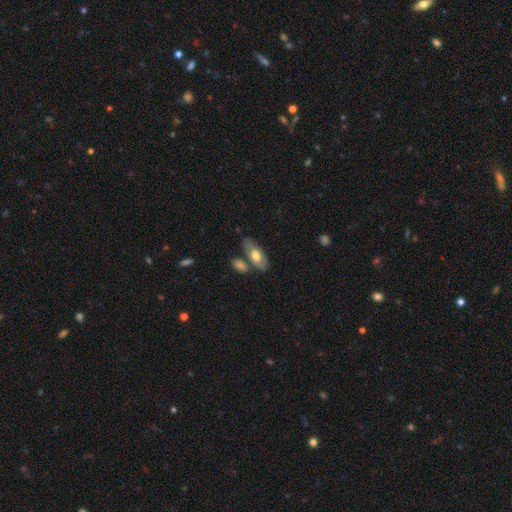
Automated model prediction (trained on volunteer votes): This is possibly a smooth galaxy (53%). How rounded: clearly in between (86%). Merging: likely none (67%).